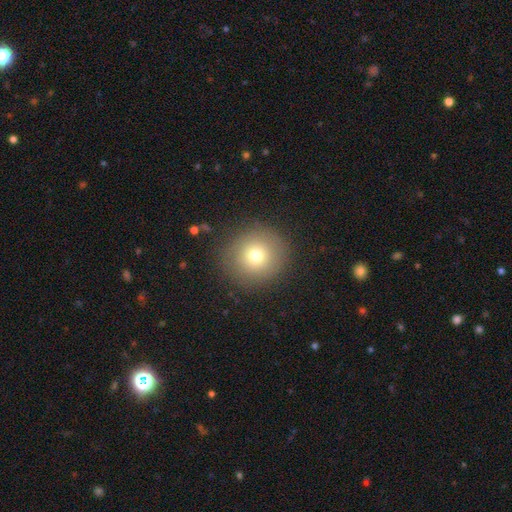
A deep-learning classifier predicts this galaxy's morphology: smooth 74%, star or artifact 14%, featured or disk 13%. Down the decision tree: how rounded — round (94%); merging — none (89%).